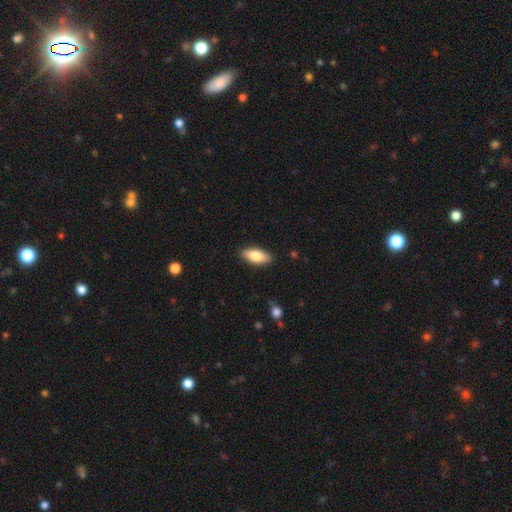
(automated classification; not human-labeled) Smooth or featured?
  - smooth: 77% *
  - featured or disk: 17%
  - star or artifact: 6%
How rounded?
  - in between: 81% *
  - cigar-shaped: 16%
  - round: 2%
Merging?
  - none: 88% *
  - minor disturbance: 9%
  - major disturbance: 2%
  - merger: 1%